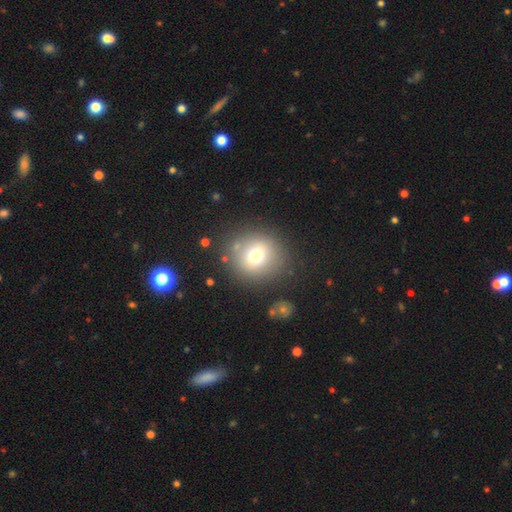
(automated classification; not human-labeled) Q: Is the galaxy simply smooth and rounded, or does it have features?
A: smooth — 72%.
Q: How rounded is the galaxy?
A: round — 90%.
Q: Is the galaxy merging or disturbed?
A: none — 81%.